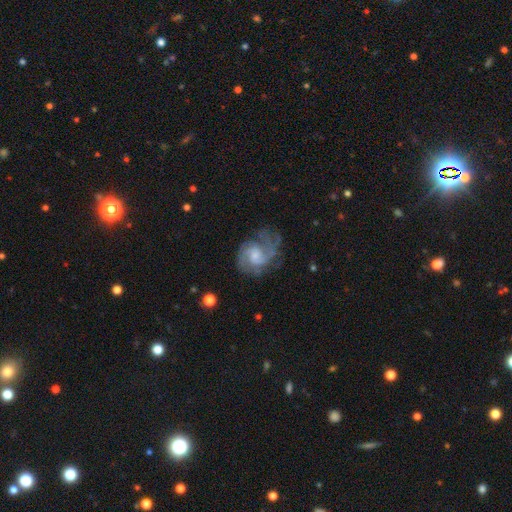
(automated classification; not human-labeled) A featured or disk galaxy (80%) with no bar (58%), 2 (53%) medium (48%) spiral arms (92%) and a moderate central bulge (40%).

Vote fractions:
- Smooth or featured? featured or disk: 80% / smooth: 14% / star or artifact: 6%
- Edge-on disk? no: 98% / yes: 2%
- Bar? no: 58% / weak: 37% / strong: 5%
- Spiral arms? yes: 92% / no: 8%
- Spiral winding? medium: 48% / tight: 33% / loose: 19%
- Spiral arm count? 2: 53% / can't tell: 20% / 3: 14% / 1: 6% / 4: 4% / more than 4: 3%
- Bulge size? moderate: 40% / small: 39% / none: 11% / large: 8% / dominant: 1%
- Merging? none: 51% / major disturbance: 24% / minor disturbance: 23% / merger: 2%